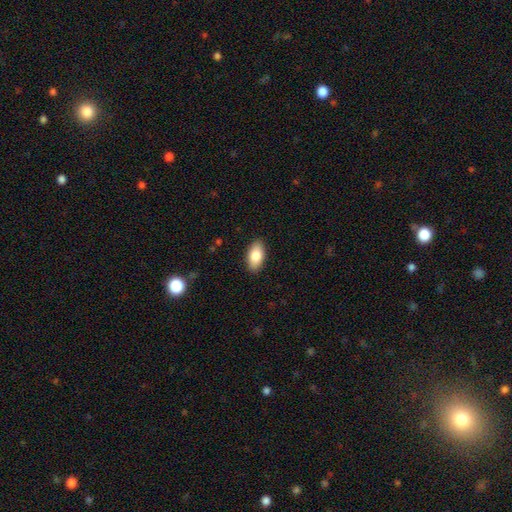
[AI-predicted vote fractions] Overall: smooth (85%). How rounded: in between (93%). Merging: none (89%).